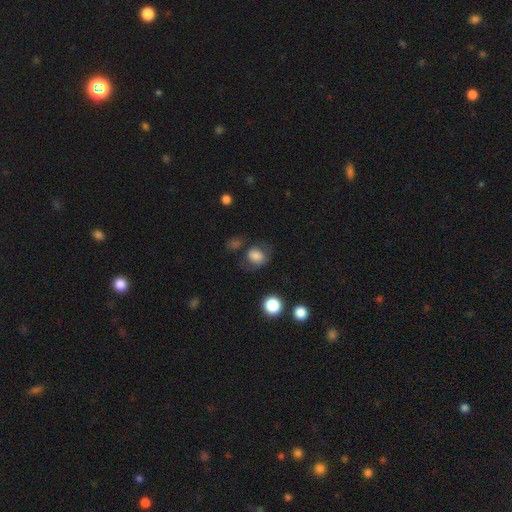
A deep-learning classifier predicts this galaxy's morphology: type=smooth (78%); roundness=round (57%); merging=none (58%).